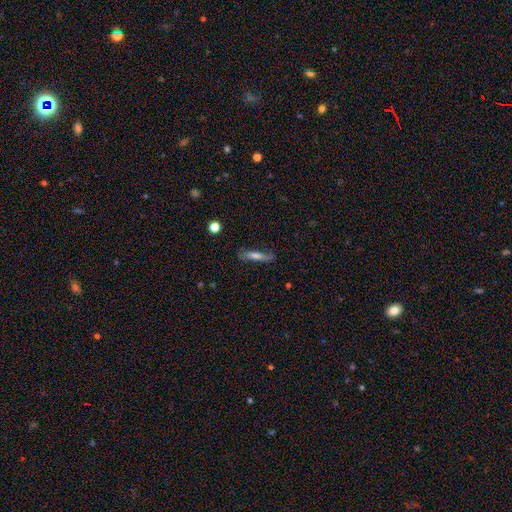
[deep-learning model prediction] Morphology: type=smooth (52%); roundness=cigar-shaped (83%); merging=none (74%).